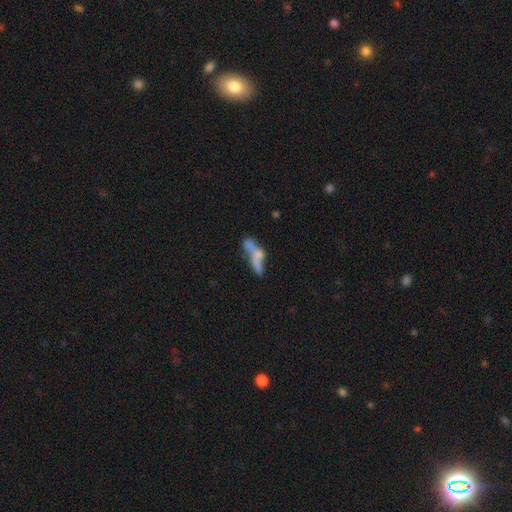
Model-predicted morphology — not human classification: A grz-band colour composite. It shows a smooth galaxy with no disk features (48%). Merging: merger (44%).